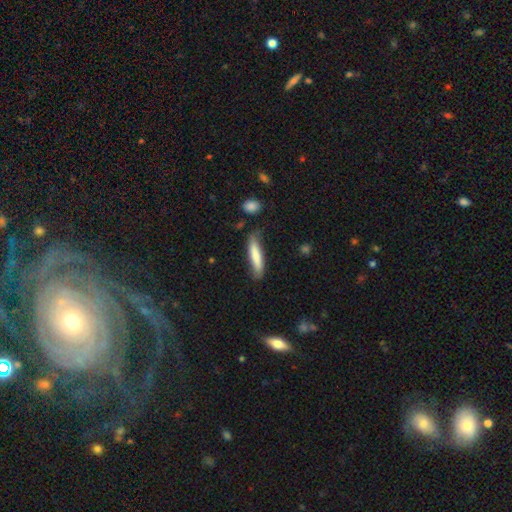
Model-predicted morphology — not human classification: Smooth or featured: smooth — 76% (featured or disk — 19%)
How rounded: cigar-shaped — 83% (in between — 16%)
Merging: none — 66% (minor disturbance — 25%)